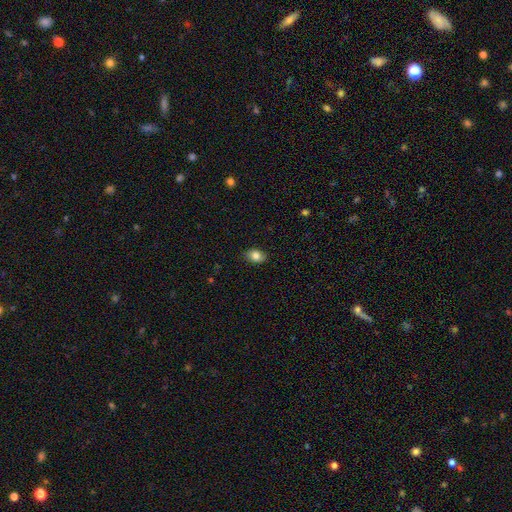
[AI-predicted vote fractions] Q: Smooth or featured?
A: smooth (84%); runner-up: star or artifact (8%)
Q: How rounded?
A: in between (79%); runner-up: round (20%)
Q: Merging?
A: none (86%); runner-up: minor disturbance (11%)